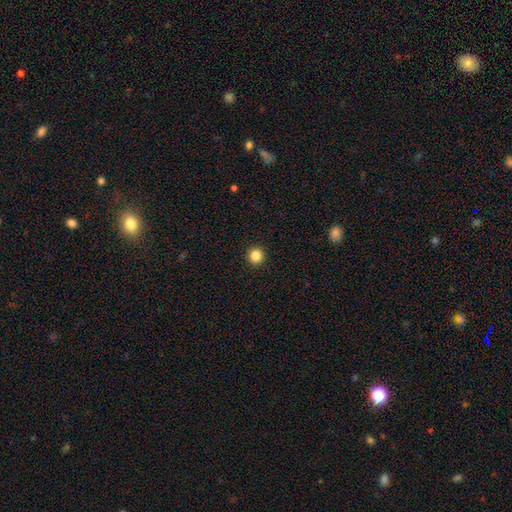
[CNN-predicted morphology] smooth_or_featured: smooth (p=0.85) [alt: star or artifact p=0.11]
how_rounded: round (p=0.96) [alt: in between p=0.03]
merging: none (p=0.94) [alt: minor disturbance p=0.04]